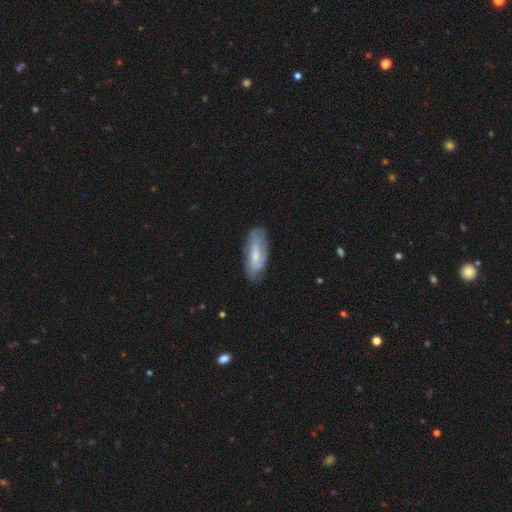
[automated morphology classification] This is possibly a featured or disk galaxy (52%). It is clearly not viewed edge-on (85%). Merging: likely none (73%).